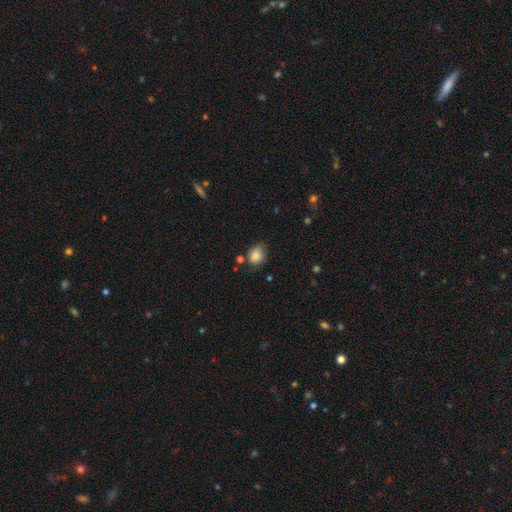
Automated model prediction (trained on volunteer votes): Q: Smooth or featured?
A: smooth (82%); runner-up: star or artifact (9%)
Q: How rounded?
A: in between (51%); runner-up: round (48%)
Q: Merging?
A: none (61%); runner-up: minor disturbance (28%)